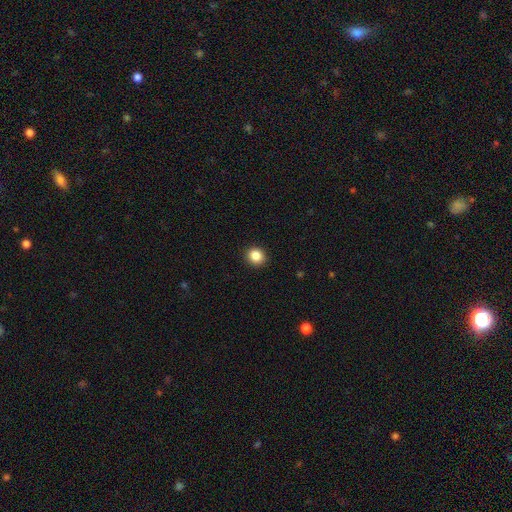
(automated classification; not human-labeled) The model was most divided on "how rounded": round: 84%, in between: 15%, cigar-shaped: 1%. More confident: merging — none (92%); smooth or featured — smooth (86%).